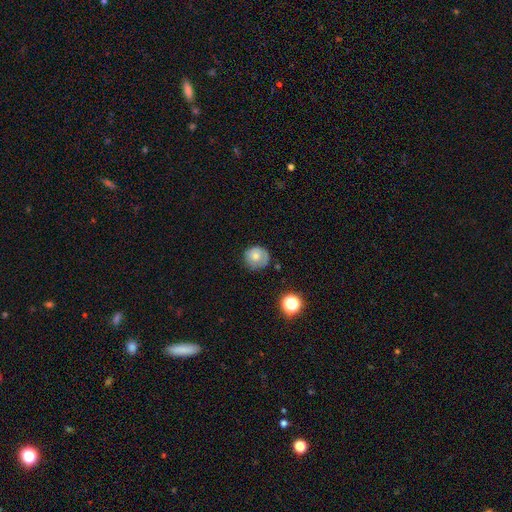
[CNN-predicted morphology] The model was most divided on "merging": none: 69%, minor disturbance: 23%, major disturbance: 7%, merger: 2%. More confident: how rounded — round (88%); smooth or featured — smooth (69%).